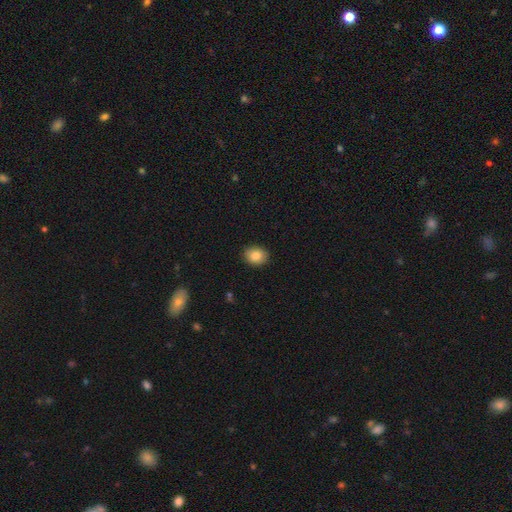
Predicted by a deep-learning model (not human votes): Smooth or featured? Predicted: smooth (p=0.84). How rounded? Predicted: round (p=0.55). Merging? Predicted: none (p=0.90).